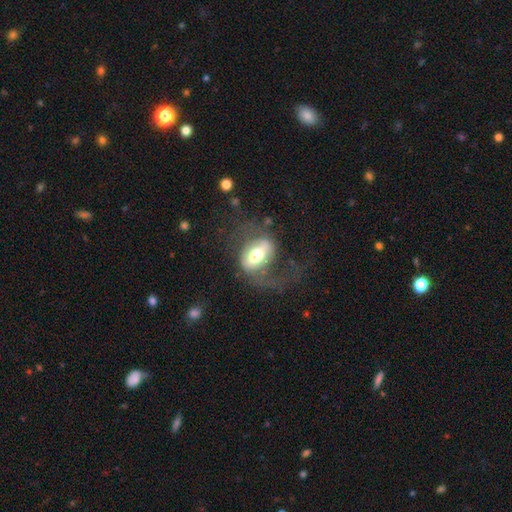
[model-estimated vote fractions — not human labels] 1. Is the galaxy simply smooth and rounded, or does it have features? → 53% featured or disk, 39% smooth, 8% star or artifact.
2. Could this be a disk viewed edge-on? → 93% no, 7% yes.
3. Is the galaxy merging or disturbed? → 42% major disturbance, 34% none, 18% minor disturbance, 6% merger.